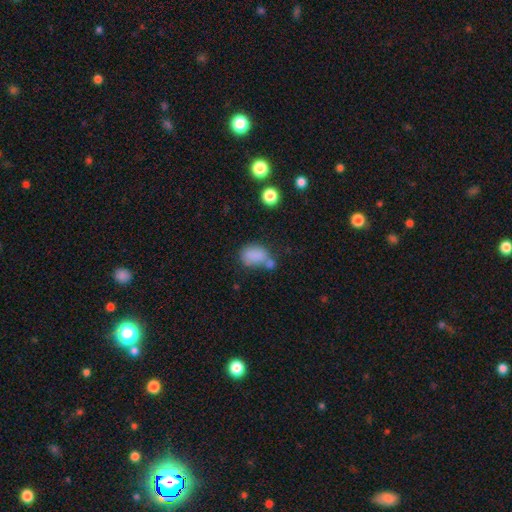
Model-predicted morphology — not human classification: smooth-or-featured: smooth: 79% | star or artifact: 11% | featured or disk: 9%
  how-rounded: in between: 76% | round: 22% | cigar-shaped: 2%
  merging: none: 36% | merger: 33% | minor disturbance: 19% | major disturbance: 11%